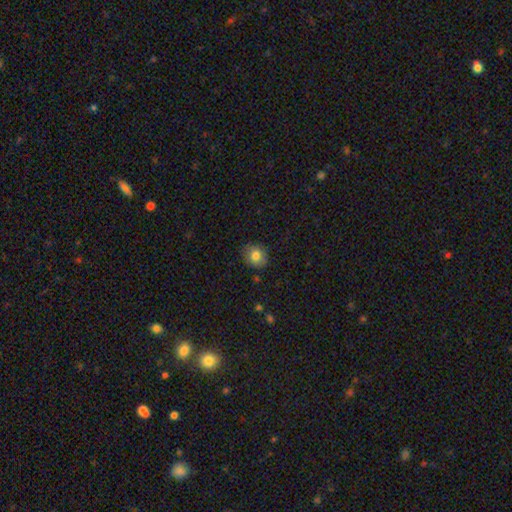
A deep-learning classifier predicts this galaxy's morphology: type=smooth (80%); roundness=round (67%); merging=none (85%).